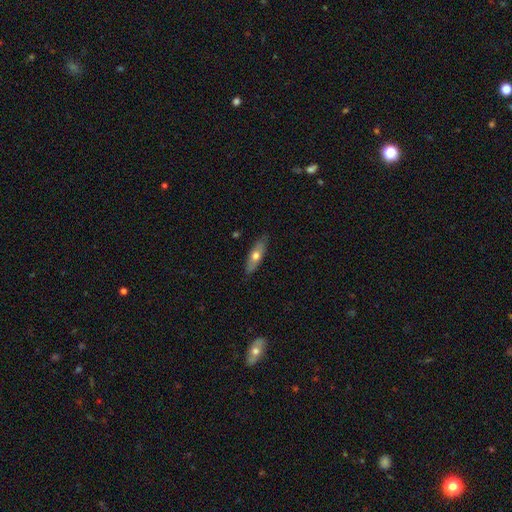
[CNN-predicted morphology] Q: Smooth or featured?
A: smooth (57%); runner-up: featured or disk (37%)
Q: How rounded?
A: cigar-shaped (49%); runner-up: in between (48%)
Q: Merging?
A: none (84%); runner-up: minor disturbance (13%)